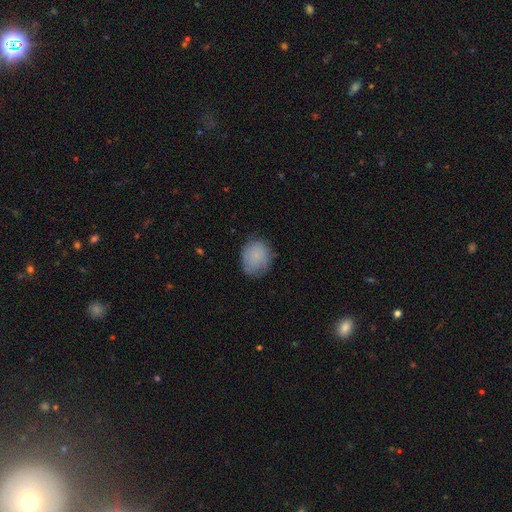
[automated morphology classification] smooth 82%, featured or disk 10%, star or artifact 8%. Down the decision tree: how rounded — round (56%); merging — none (70%).